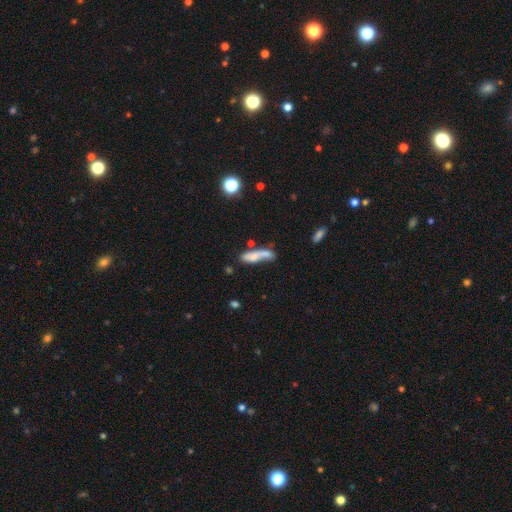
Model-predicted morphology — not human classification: Q: Smooth or featured?
A: smooth (61%); runner-up: featured or disk (30%)
Q: How rounded?
A: cigar-shaped (61%); runner-up: in between (36%)
Q: Merging?
A: none (33%); tied with: merger (33%)